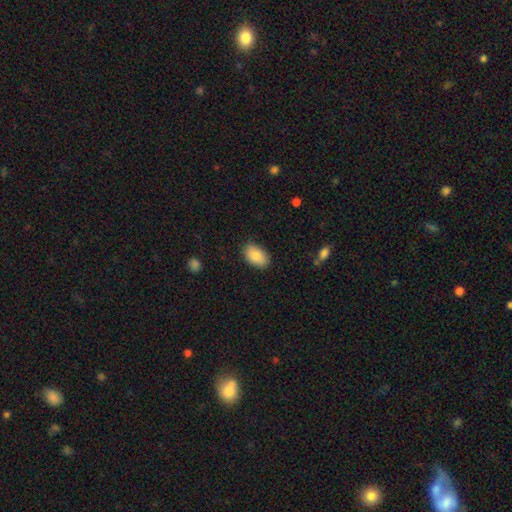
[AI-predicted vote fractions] A smooth galaxy with no disk features (86%) that is in between round and cigar-shaped (92%).

Vote fractions:
- Smooth or featured? smooth: 86% / featured or disk: 8% / star or artifact: 6%
- How rounded? in between: 92% / round: 6% / cigar-shaped: 1%
- Merging? none: 86% / minor disturbance: 11% / major disturbance: 2% / merger: 1%